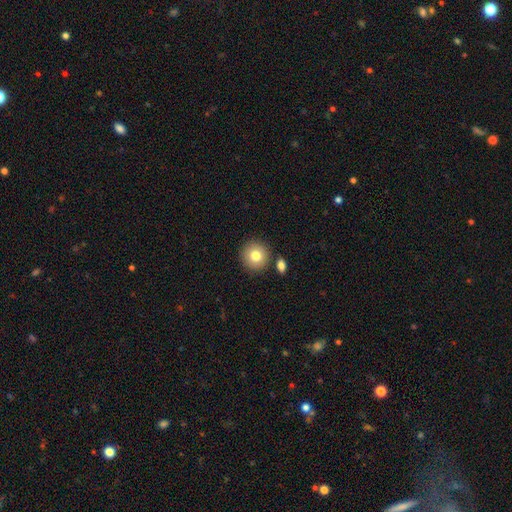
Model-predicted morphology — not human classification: smooth 80%, featured or disk 10%, star or artifact 10%. Down the decision tree: how rounded — round (92%); merging — none (84%).